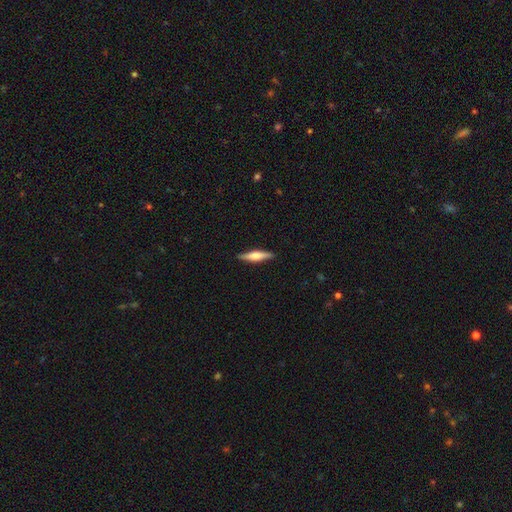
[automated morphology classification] Smooth or featured? featured or disk (53%)
Edge-on disk? yes (96%)
Edge-on bulge? rounded (83%)
Merging? none (90%)